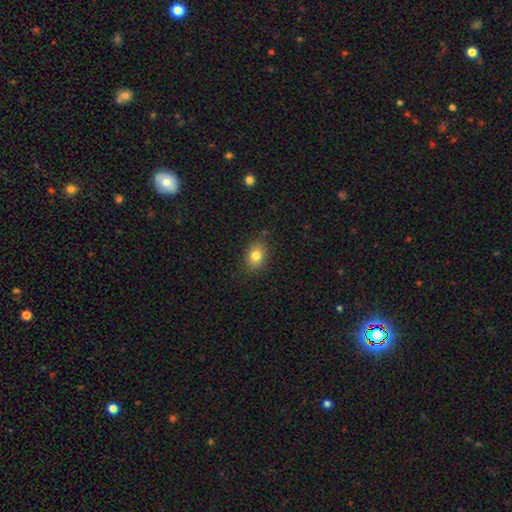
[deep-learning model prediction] Smooth or featured? smooth (80%)
How rounded? in between (62%)
Merging? none (83%)